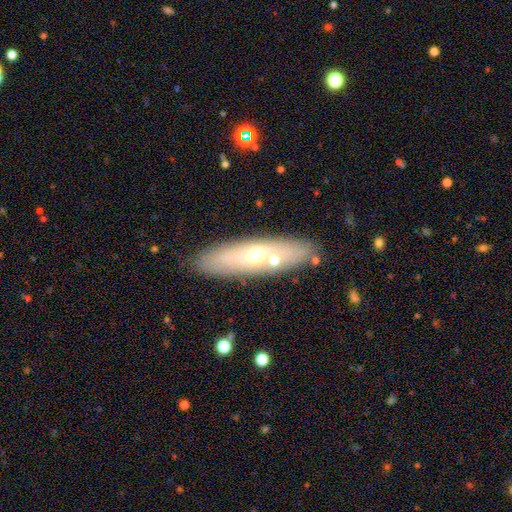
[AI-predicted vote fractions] A featured or disk galaxy (50%). Merging: none (81%).